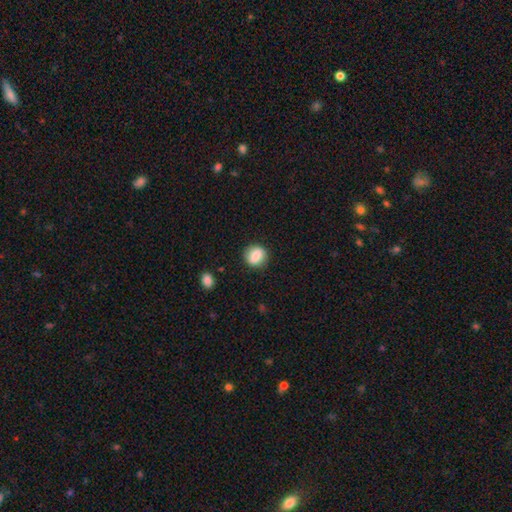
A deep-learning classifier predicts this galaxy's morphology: Overall: smooth (82%). How rounded: round (71%). Merging: none (85%).